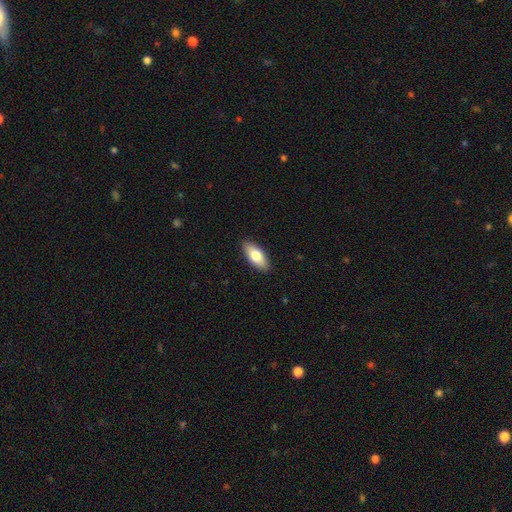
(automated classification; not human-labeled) A smooth galaxy with no disk features (75%) that is in between round and cigar-shaped (83%). Merging: none (89%).